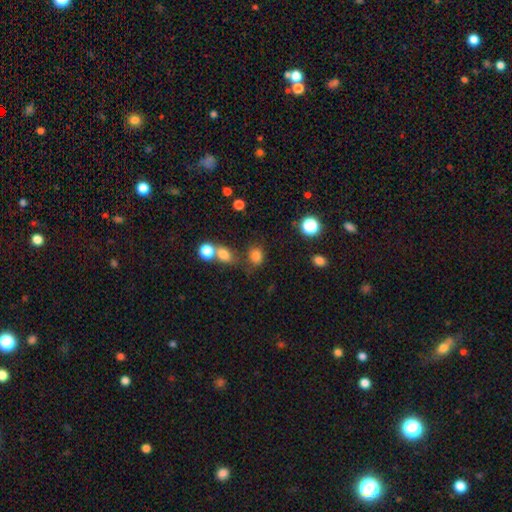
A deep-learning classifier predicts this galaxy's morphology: smooth_or_featured: smooth (p=0.78) [alt: star or artifact p=0.15]
how_rounded: round (p=0.60) [alt: in between p=0.38]
merging: none (p=0.64) [alt: merger p=0.16]